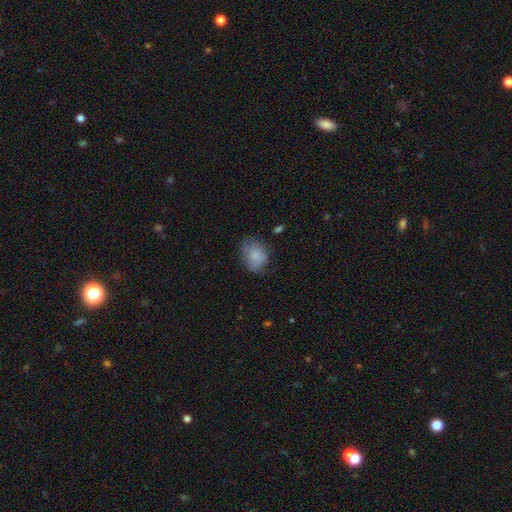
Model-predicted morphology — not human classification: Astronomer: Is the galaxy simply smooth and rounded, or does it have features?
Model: smooth — 81%.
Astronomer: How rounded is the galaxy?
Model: in between — 61% (runner-up: round, 38%).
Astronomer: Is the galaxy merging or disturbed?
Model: none — 64%.